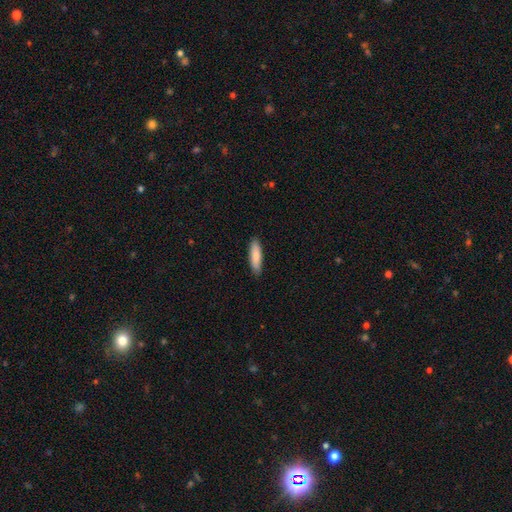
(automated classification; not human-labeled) Smooth or featured?
  - smooth: 84% *
  - featured or disk: 11%
  - star or artifact: 5%
How rounded?
  - cigar-shaped: 64% *
  - in between: 35%
  - round: 1%
Merging?
  - none: 89% *
  - minor disturbance: 9%
  - major disturbance: 2%
  - merger: 1%